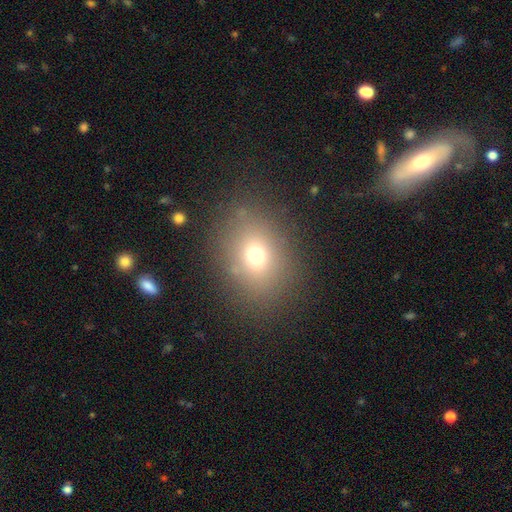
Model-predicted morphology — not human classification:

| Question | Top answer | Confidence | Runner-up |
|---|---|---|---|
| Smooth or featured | smooth | 68% | star or artifact (19%) |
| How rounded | round | 52% | in between (47%) |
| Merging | none | 82% | minor disturbance (10%) |